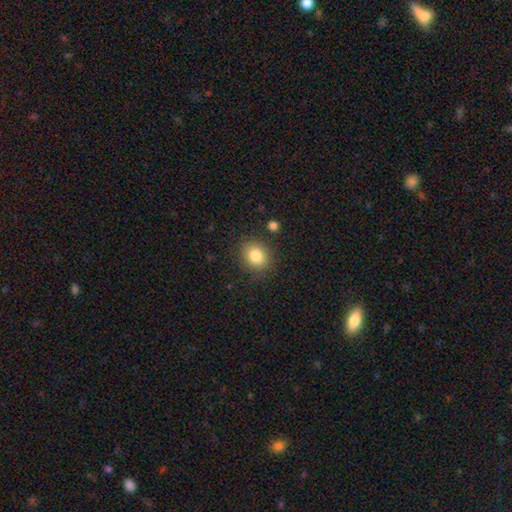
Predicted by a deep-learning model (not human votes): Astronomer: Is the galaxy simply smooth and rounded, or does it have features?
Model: smooth — 82%.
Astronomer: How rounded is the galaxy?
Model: round — 68%.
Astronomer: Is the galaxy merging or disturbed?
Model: none — 85%.